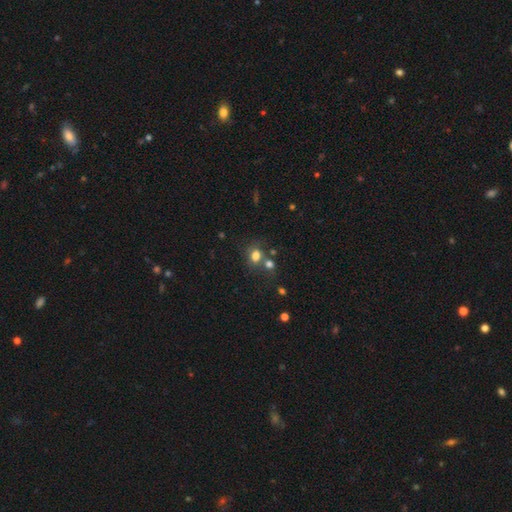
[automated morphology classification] Overall: smooth (75%). How rounded: in between (49%, tied with round). Merging: none (50%; merger 31%).